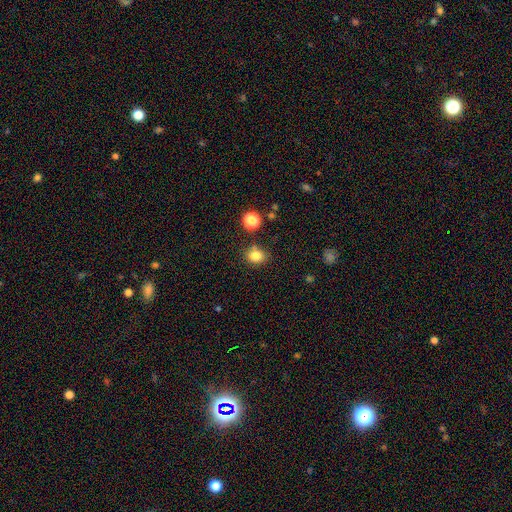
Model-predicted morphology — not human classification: The model was most divided on "how rounded": round: 63%, in between: 36%, cigar-shaped: 1%. More confident: smooth or featured — smooth (81%); merging — none (75%).